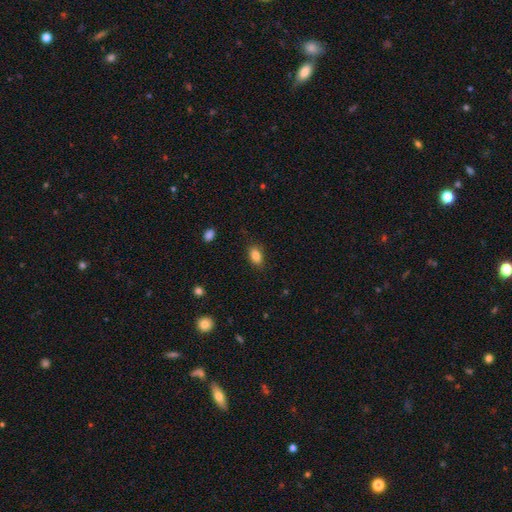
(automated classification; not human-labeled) Smooth or featured? smooth (86%)
How rounded? in between (88%)
Merging? none (85%)